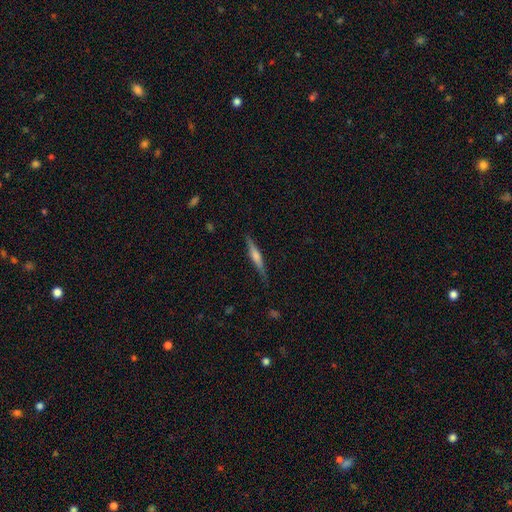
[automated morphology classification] The model was most divided on "smooth or featured": featured or disk: 53%, smooth: 41%, star or artifact: 6%. More confident: edge-on disk — yes (97%); merging — none (85%); edge-on bulge — rounded (58%).